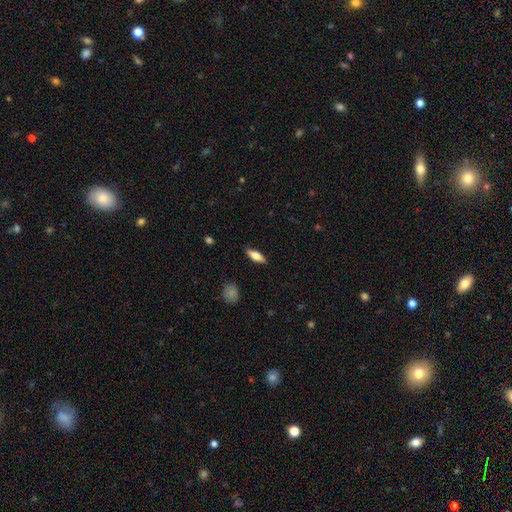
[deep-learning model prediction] Smooth or featured? Predicted: smooth (p=0.62). How rounded? Predicted: in between (p=0.64). Merging? Predicted: none (p=0.88).